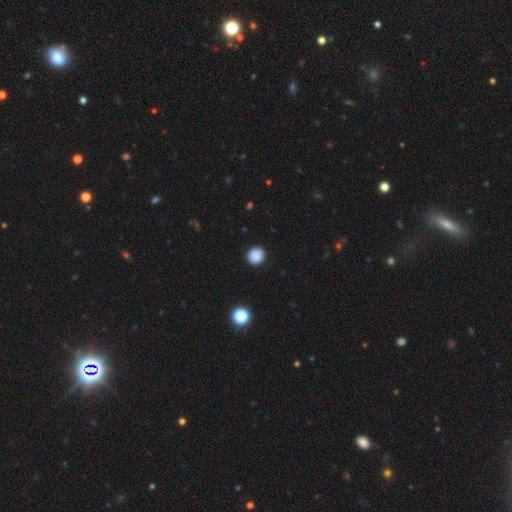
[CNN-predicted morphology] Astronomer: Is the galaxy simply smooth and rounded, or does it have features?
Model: smooth — 87%.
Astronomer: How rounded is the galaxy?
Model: round — 88%.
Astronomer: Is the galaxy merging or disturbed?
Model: none — 90%.